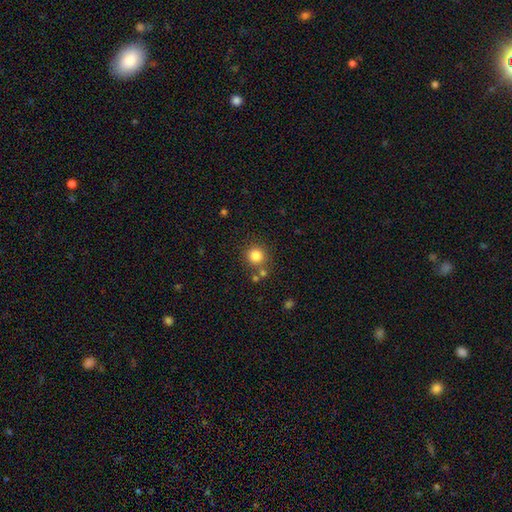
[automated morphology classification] type=smooth (82%); roundness=round (94%); merging=none (79%).